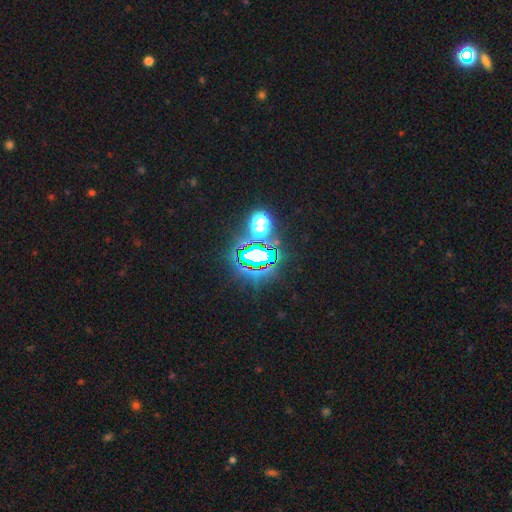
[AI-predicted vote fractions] Smooth or featured? star or artifact (73%)